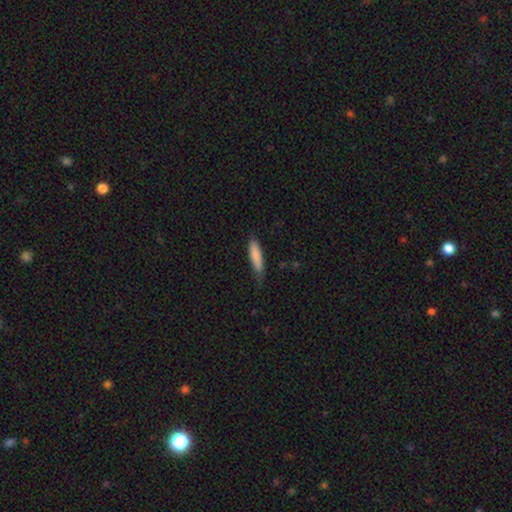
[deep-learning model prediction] Smooth or featured? smooth (83%)
How rounded? cigar-shaped (77%)
Merging? none (67%)